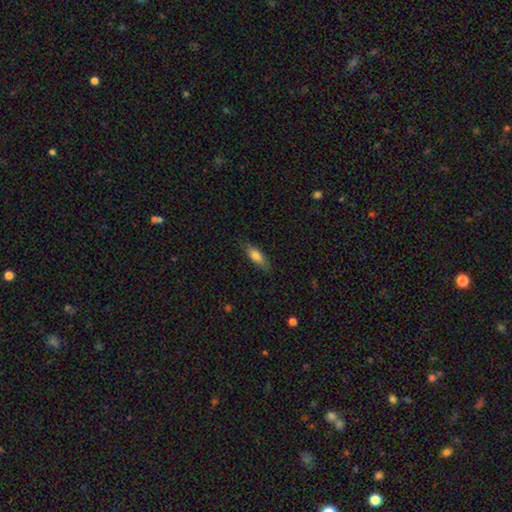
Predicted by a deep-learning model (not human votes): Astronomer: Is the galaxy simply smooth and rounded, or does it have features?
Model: smooth — 75%.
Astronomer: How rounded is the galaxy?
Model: in between — 61% (runner-up: cigar-shaped, 37%).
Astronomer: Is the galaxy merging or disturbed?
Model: none — 80%.